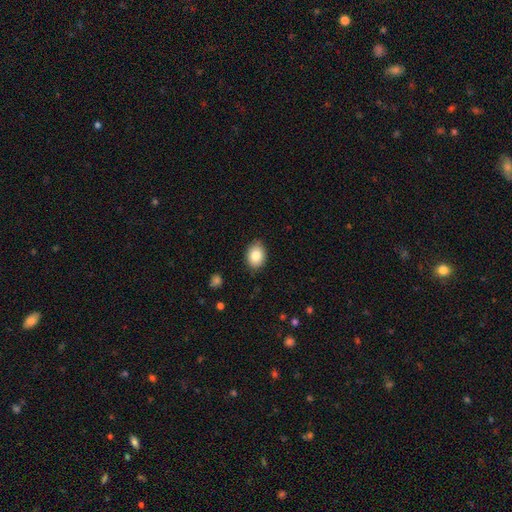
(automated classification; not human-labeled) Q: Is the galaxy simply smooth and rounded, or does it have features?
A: smooth — 83%.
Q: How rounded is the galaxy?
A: in between — 69%.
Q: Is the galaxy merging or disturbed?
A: none — 87%.